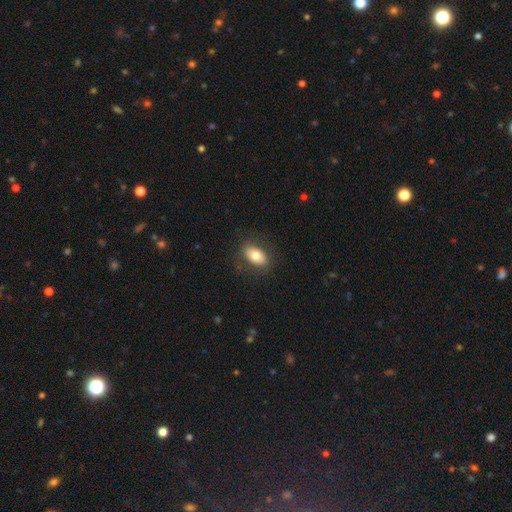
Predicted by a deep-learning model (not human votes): Q: Smooth or featured?
A: smooth (74%); runner-up: featured or disk (18%)
Q: How rounded?
A: in between (87%); runner-up: round (10%)
Q: Merging?
A: none (83%); runner-up: minor disturbance (11%)